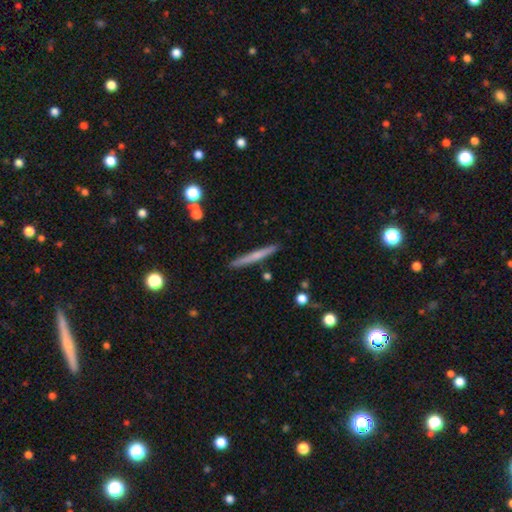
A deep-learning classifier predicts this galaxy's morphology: type=smooth (54%); roundness=cigar-shaped (96%); merging=none (90%).